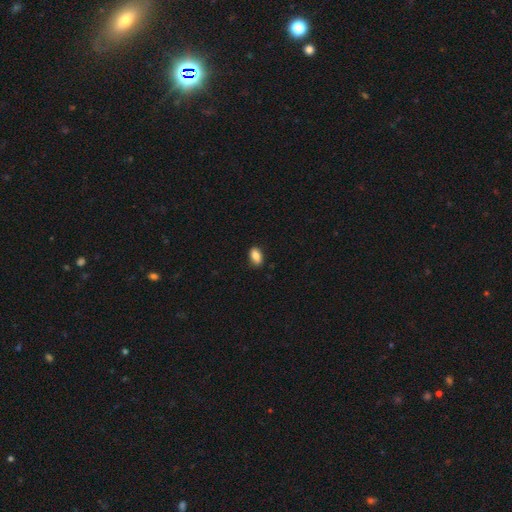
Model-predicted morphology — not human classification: A smooth galaxy with no disk features (86%) that is in between round and cigar-shaped (90%).

Vote fractions:
- Smooth or featured? smooth: 86% / star or artifact: 8% / featured or disk: 6%
- How rounded? in between: 90% / round: 7% / cigar-shaped: 4%
- Merging? none: 87% / minor disturbance: 10% / major disturbance: 2% / merger: 1%